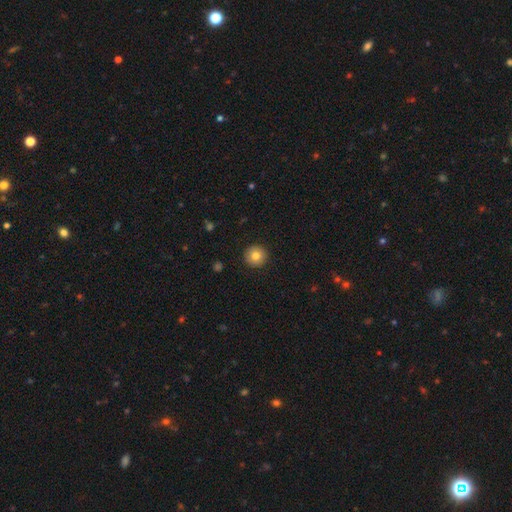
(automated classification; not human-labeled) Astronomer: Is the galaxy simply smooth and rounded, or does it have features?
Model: smooth — 82%.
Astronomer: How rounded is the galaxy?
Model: round — 96%.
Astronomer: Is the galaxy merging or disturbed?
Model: none — 93%.